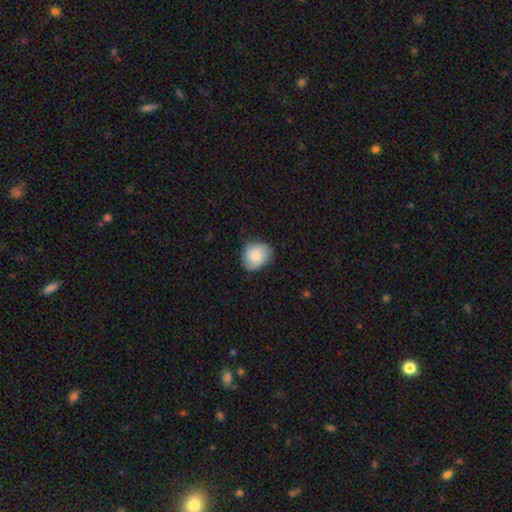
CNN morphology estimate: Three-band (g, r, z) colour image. It shows a smooth galaxy with no disk features (74%) that is round (64%). Merging: none (76%).